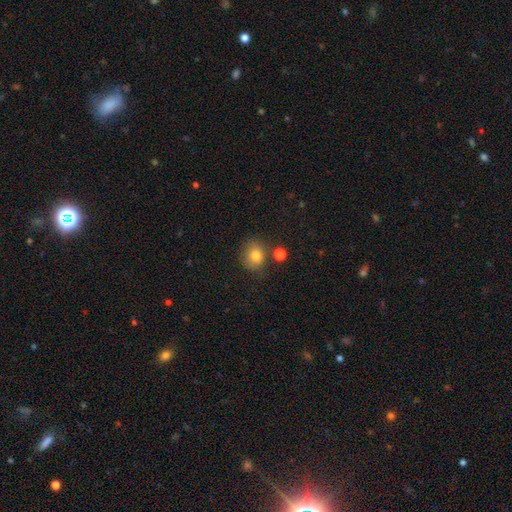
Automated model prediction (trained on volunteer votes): This appears to be a smooth galaxy with no disk features (79%) that is round (76%). Merging: none (74%).